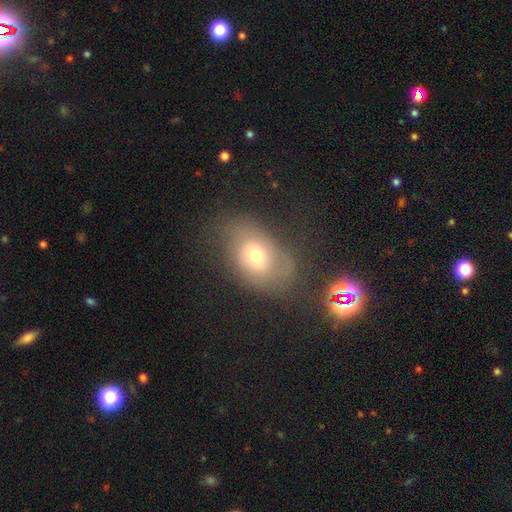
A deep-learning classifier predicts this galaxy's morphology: Smooth or featured?
  - smooth: 59% *
  - featured or disk: 27%
  - star or artifact: 14%
How rounded?
  - in between: 77% *
  - round: 22%
  - cigar-shaped: 1%
Merging?
  - none: 54% *
  - minor disturbance: 25%
  - major disturbance: 17%
  - merger: 4%